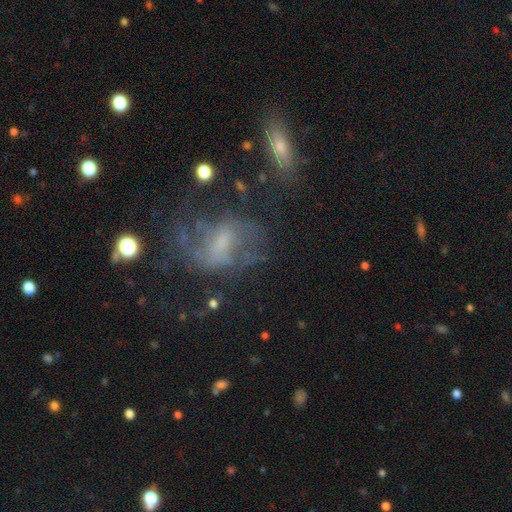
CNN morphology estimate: Smooth or featured? Predicted: featured or disk (p=0.56). Edge-on disk? Predicted: no (p=0.94). Bar? Predicted: no (p=0.47). Spiral arms? Predicted: yes (p=0.60). Bulge size? Predicted: small (p=0.44). Merging? Predicted: none (p=0.49).